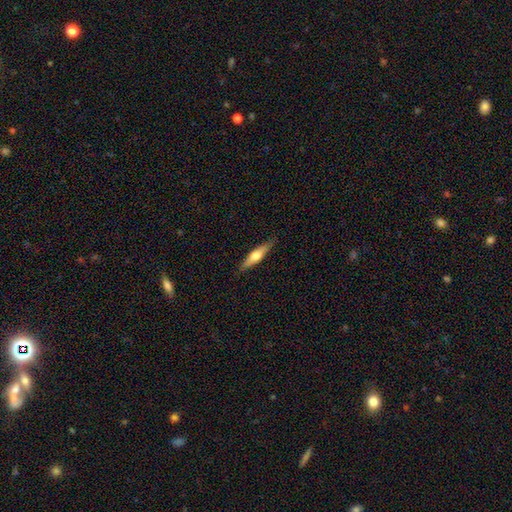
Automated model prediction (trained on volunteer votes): Smooth or featured? Predicted: smooth (p=0.48). Merging? Predicted: none (p=0.87).